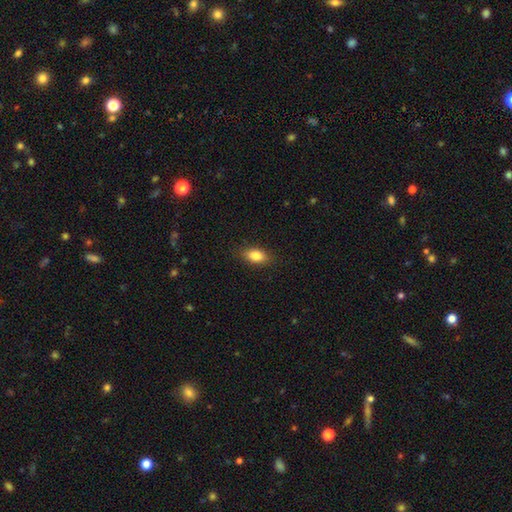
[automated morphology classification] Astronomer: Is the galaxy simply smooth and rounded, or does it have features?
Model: smooth — 84%.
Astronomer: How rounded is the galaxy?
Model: in between — 86%.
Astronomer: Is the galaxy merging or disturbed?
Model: none — 86%.